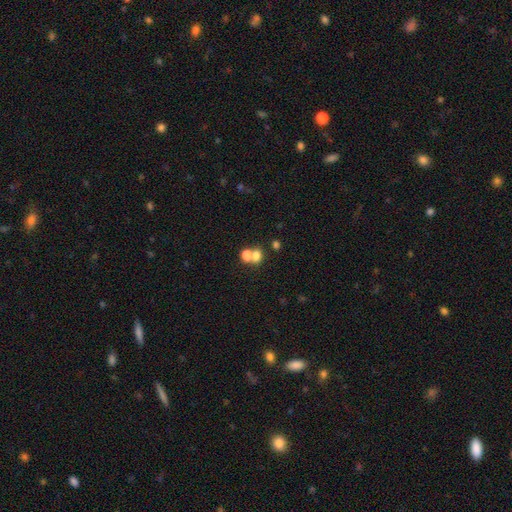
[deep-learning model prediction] Smooth or featured? smooth (72%)
How rounded? in between (52%)
Merging? merger (51%)